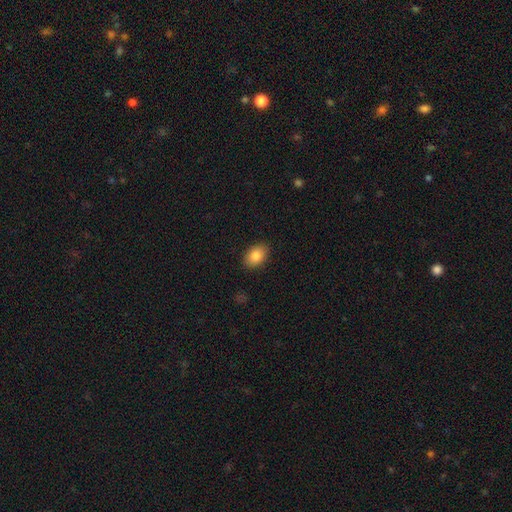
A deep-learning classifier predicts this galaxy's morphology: Smooth or featured? smooth (84%)
How rounded? in between (85%)
Merging? none (88%)